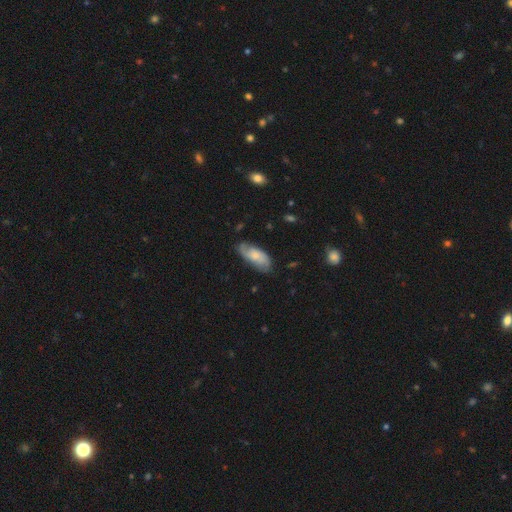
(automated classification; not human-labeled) smooth-or-featured: featured or disk: 49% | smooth: 45% | star or artifact: 6%
  merging: none: 69% | minor disturbance: 22% | major disturbance: 7% | merger: 2%